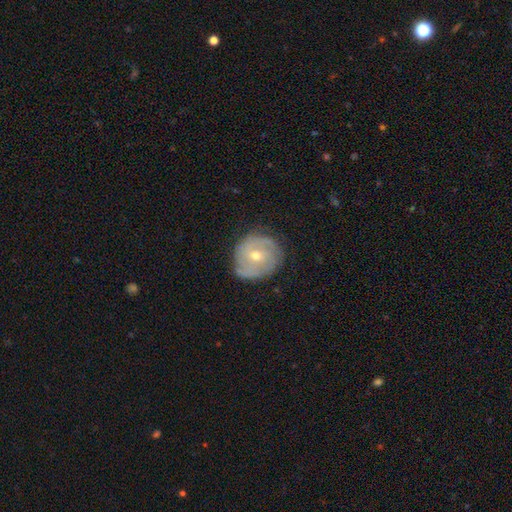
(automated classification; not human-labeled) Smooth or featured?
  - featured or disk: 69% *
  - smooth: 23%
  - star or artifact: 8%
Edge-on disk?
  - no: 96% *
  - yes: 4%
Bar?
  - no: 62% *
  - weak: 30%
  - strong: 8%
Spiral arms?
  - yes: 82% *
  - no: 18%
Spiral winding?
  - tight: 60% *
  - medium: 29%
  - loose: 11%
Spiral arm count?
  - 2: 35% *
  - can't tell: 33%
  - 3: 17%
  - 4: 6%
  - 1: 5%
  - more than 4: 4%
Bulge size?
  - moderate: 52% *
  - small: 46%
  - large: 1%
  - none: 1%
  - dominant: 1%
Merging?
  - none: 77% *
  - minor disturbance: 17%
  - major disturbance: 4%
  - merger: 1%